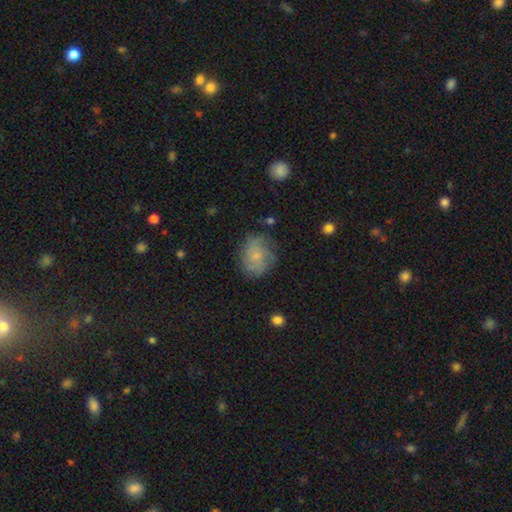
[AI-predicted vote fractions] This is possibly a featured or disk galaxy (51%). It is clearly not viewed edge-on (97%). Merging: likely none (67%).